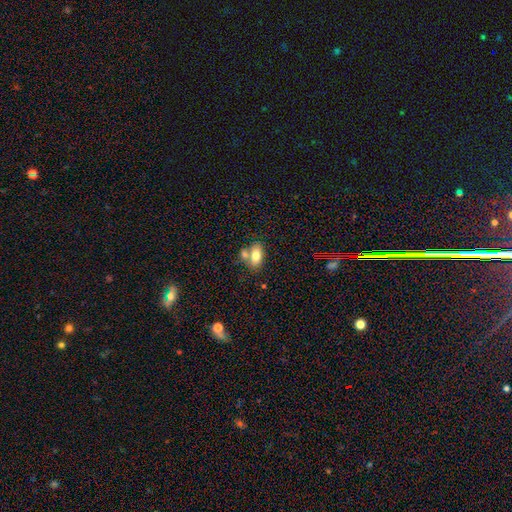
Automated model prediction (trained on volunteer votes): This is likely a smooth galaxy (77%). How rounded: clearly in between (89%). Merging: possibly none (49%).